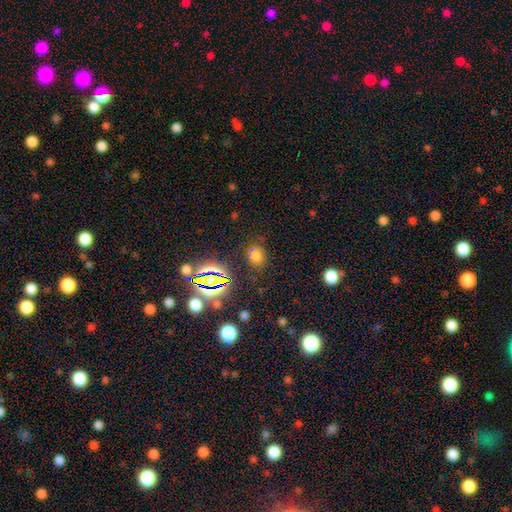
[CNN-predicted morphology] The model was most divided on "how rounded": round: 54%, in between: 45%, cigar-shaped: 1%. More confident: merging — none (75%); smooth or featured — smooth (64%).